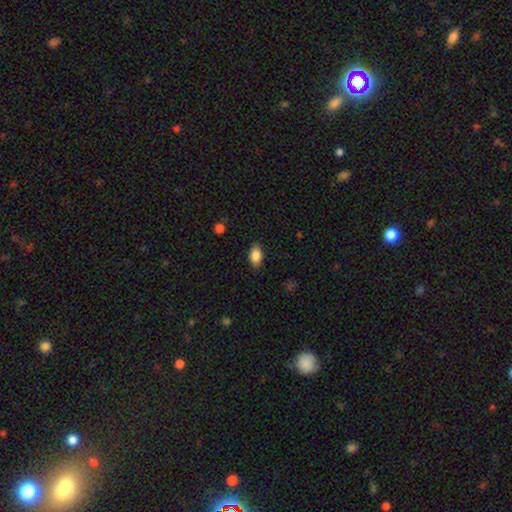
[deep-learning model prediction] The model was most divided on "merging": none: 85%, minor disturbance: 12%, major disturbance: 3%, merger: 1%. More confident: how rounded — in between (90%); smooth or featured — smooth (86%).